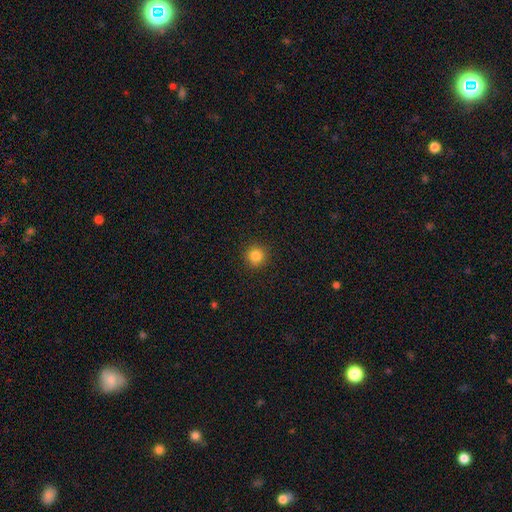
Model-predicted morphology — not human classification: The model was most divided on "smooth or featured": smooth: 84%, star or artifact: 12%, featured or disk: 4%. More confident: how rounded — round (94%); merging — none (91%).